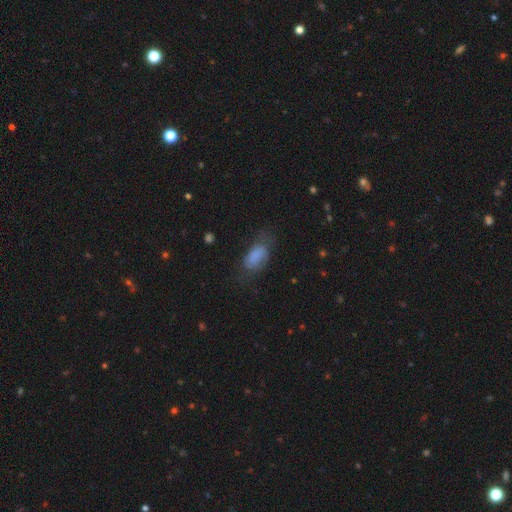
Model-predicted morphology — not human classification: Q: Smooth or featured?
A: smooth (79%); runner-up: featured or disk (12%)
Q: How rounded?
A: in between (91%); runner-up: cigar-shaped (5%)
Q: Merging?
A: none (49%); runner-up: minor disturbance (29%)